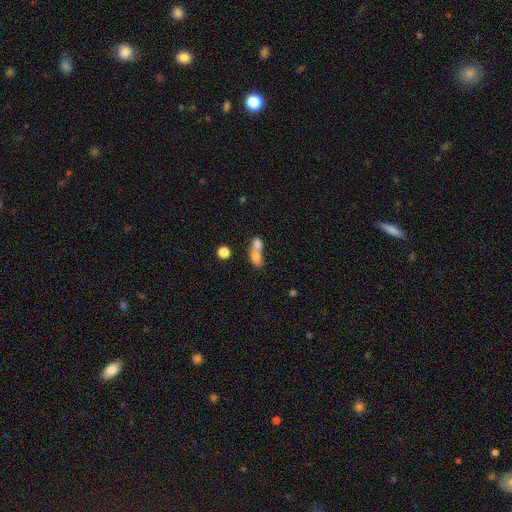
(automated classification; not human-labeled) Smooth or featured? smooth (73%)
How rounded? in between (67%)
Merging? merger (72%)